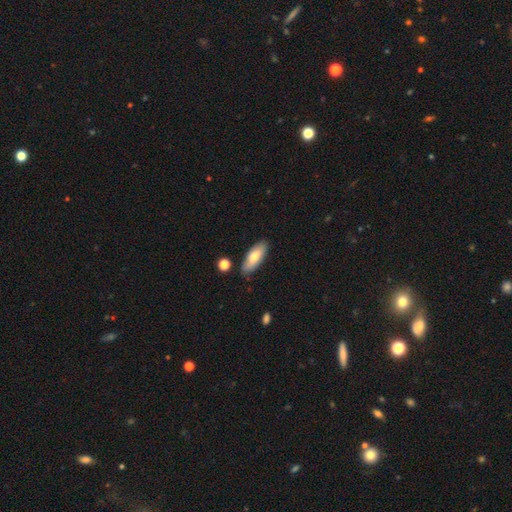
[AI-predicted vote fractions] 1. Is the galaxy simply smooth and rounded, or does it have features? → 74% smooth, 19% featured or disk, 6% star or artifact.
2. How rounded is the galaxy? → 73% in between, 25% cigar-shaped, 2% round.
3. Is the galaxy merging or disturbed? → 82% none, 12% minor disturbance, 3% merger, 2% major disturbance.